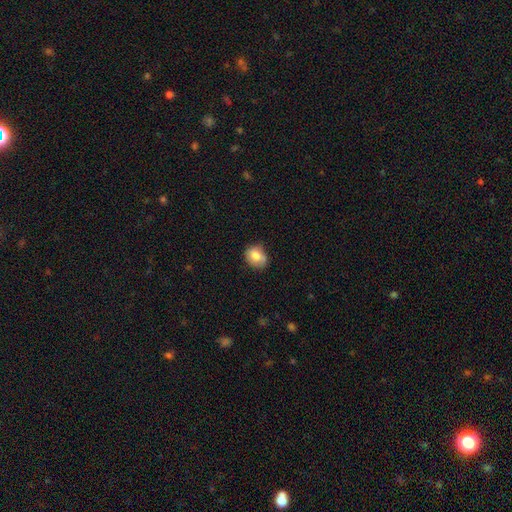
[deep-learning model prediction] The model was most divided on "how rounded": round: 58%, in between: 41%, cigar-shaped: 1%. More confident: smooth or featured — smooth (75%); merging — none (60%).